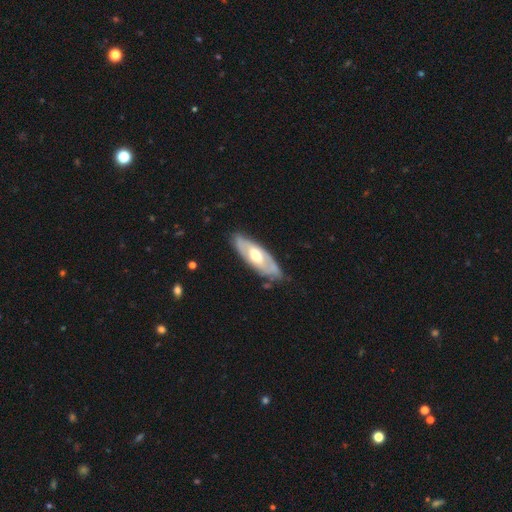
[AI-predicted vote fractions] featured or disk 59%, smooth 37%, star or artifact 5%. Down the decision tree: edge-on disk — no (75%); merging — none (78%).